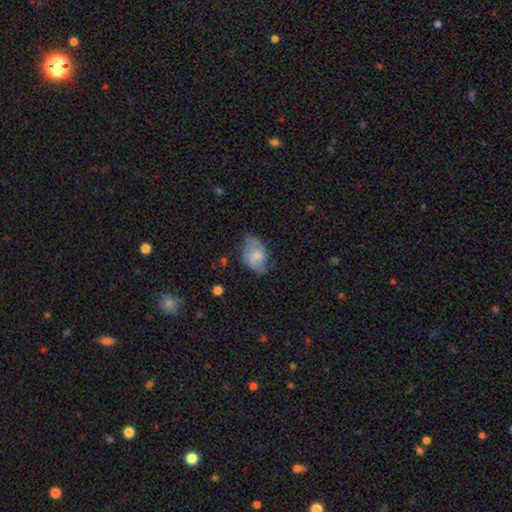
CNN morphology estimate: Smooth or featured? smooth (59%)
How rounded? in between (88%)
Merging? none (49%)